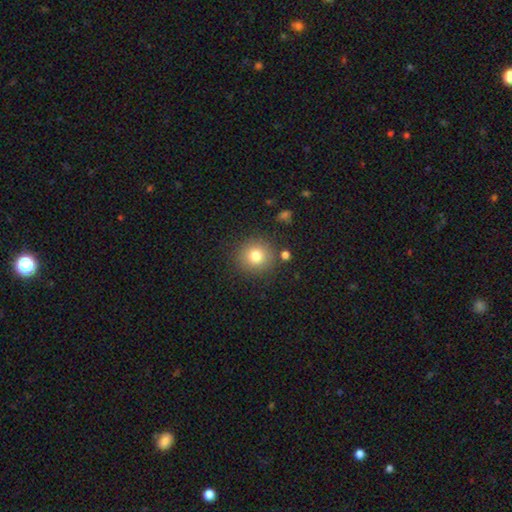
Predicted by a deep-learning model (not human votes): smooth-or-featured: smooth: 79% | star or artifact: 12% | featured or disk: 9%
  how-rounded: round: 92% | in between: 7% | cigar-shaped: 1%
  merging: none: 85% | minor disturbance: 9% | merger: 4% | major disturbance: 3%